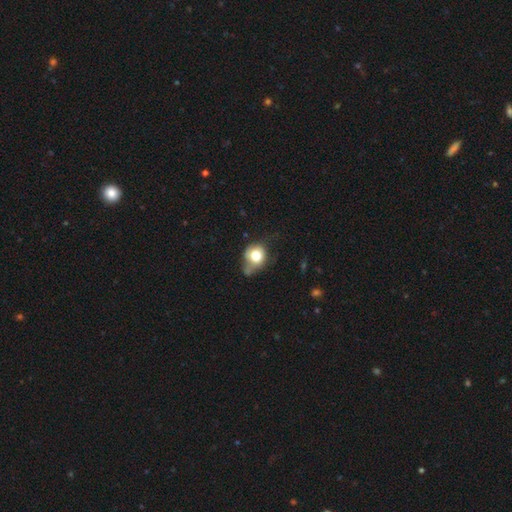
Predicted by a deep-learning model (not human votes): Overall: smooth (74%). How rounded: round (67%; in between 32%). Merging: none (37%; minor disturbance 33%).